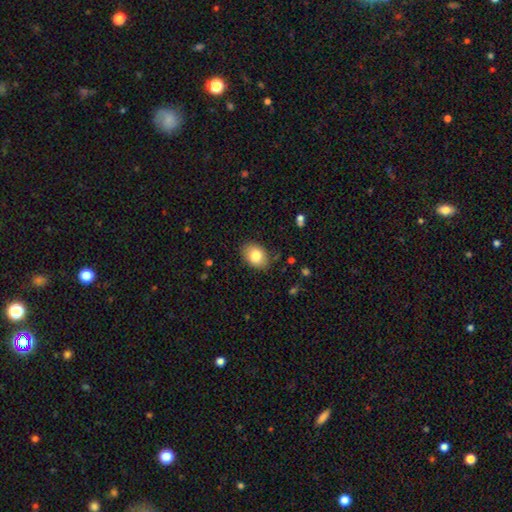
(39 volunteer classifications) Smooth or featured? smooth (90%)
How rounded? in between (91%)
Merging? none (82%)